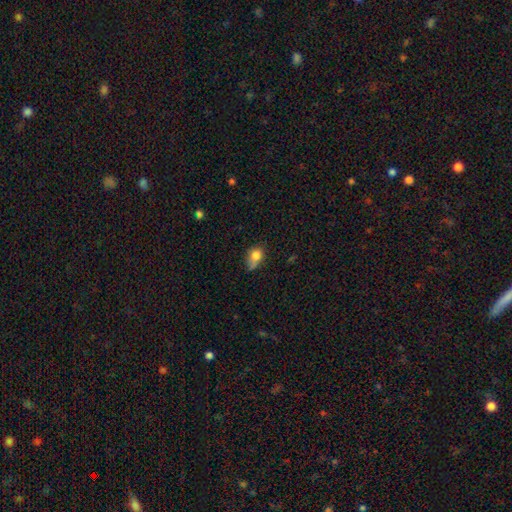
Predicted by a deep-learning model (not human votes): Smooth or featured? smooth (79%)
How rounded? round (50%)
Merging? none (38%)